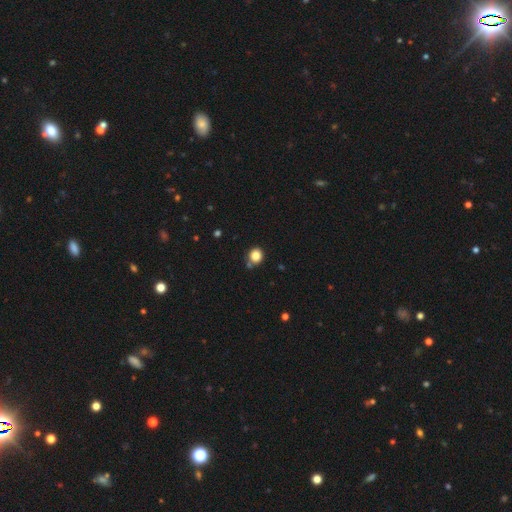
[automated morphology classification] Overall: smooth (83%). How rounded: round (79%). Merging: none (70%).